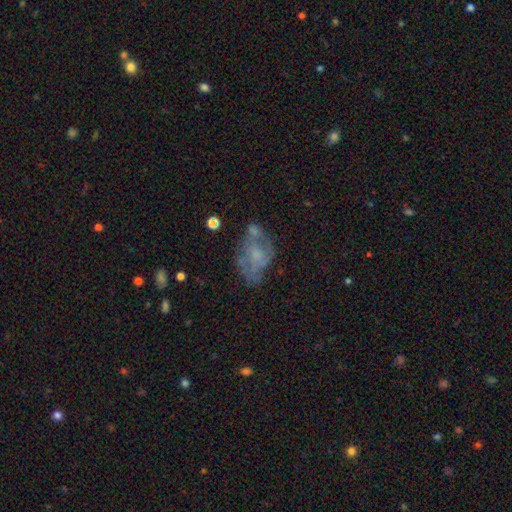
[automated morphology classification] type=featured or disk (53%); edge-on=no (96%); bar=no (78%); spiral arms=no (66%); bulge=small (38%); merging=none (40%).